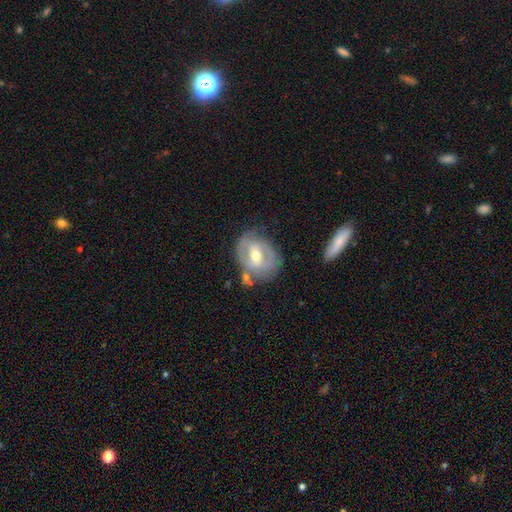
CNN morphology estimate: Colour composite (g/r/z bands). It shows a featured or disk galaxy (71%) with a weak bar (44%), spiral arms (63%) and a moderate central bulge (71%). Merging: none (64%).